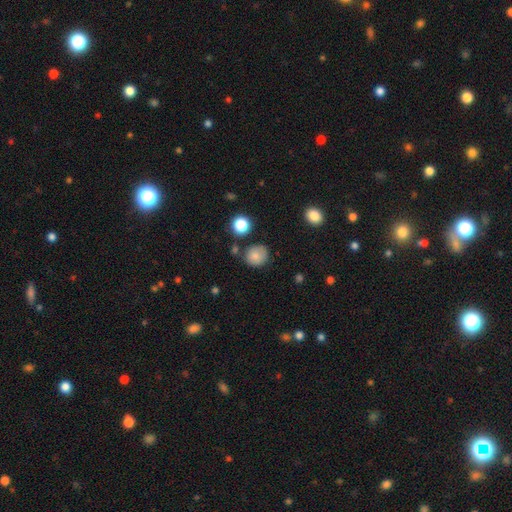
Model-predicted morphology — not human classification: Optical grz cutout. It shows a smooth galaxy with no disk features (80%) that is round (81%). Merging: none (75%).